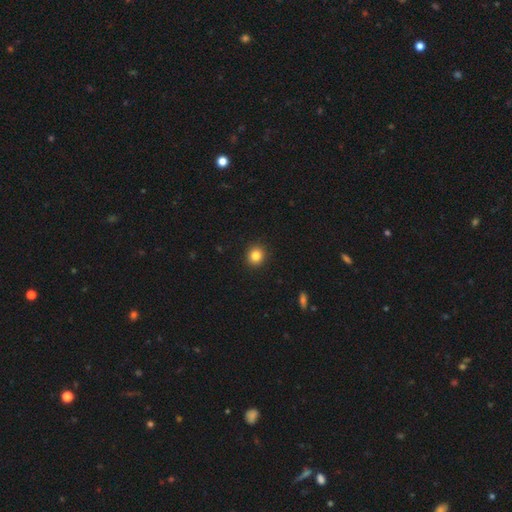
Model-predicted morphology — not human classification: Q: Smooth or featured?
A: smooth (84%); runner-up: star or artifact (11%)
Q: How rounded?
A: round (87%); runner-up: in between (12%)
Q: Merging?
A: none (92%); runner-up: minor disturbance (5%)